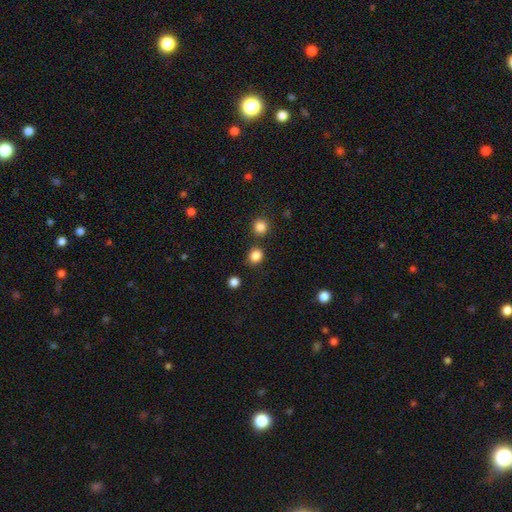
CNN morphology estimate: Smooth or featured? smooth (84%)
How rounded? round (76%)
Merging? none (81%)